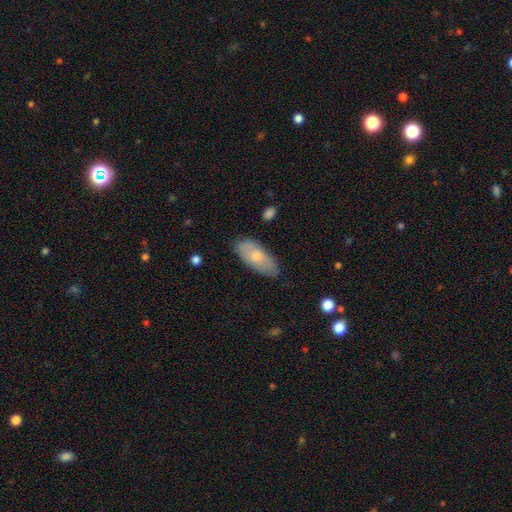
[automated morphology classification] Smooth or featured? smooth (70%)
How rounded? in between (87%)
Merging? none (74%)